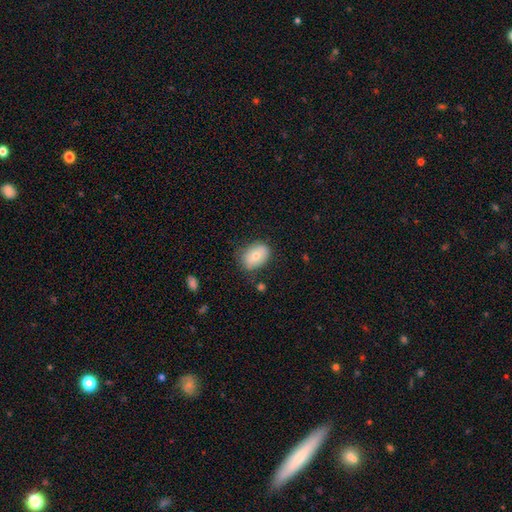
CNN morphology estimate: smooth-or-featured: smooth: 72% | featured or disk: 21% | star or artifact: 7%
  how-rounded: in between: 75% | round: 23% | cigar-shaped: 1%
  merging: none: 72% | minor disturbance: 21% | major disturbance: 5% | merger: 2%